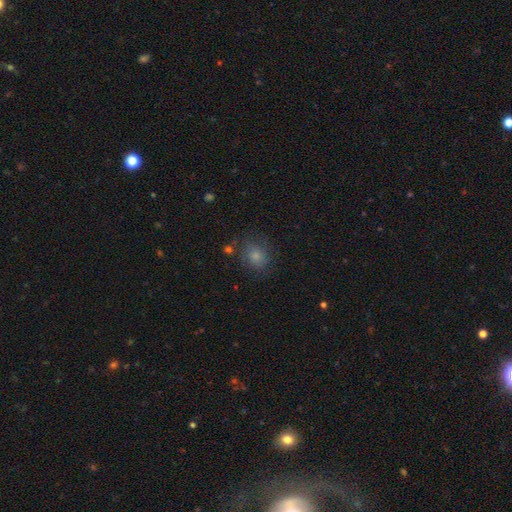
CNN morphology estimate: smooth-or-featured: smooth: 55% | star or artifact: 25% | featured or disk: 20%
  how-rounded: round: 72% | in between: 27% | cigar-shaped: 1%
  merging: none: 78% | minor disturbance: 13% | major disturbance: 6% | merger: 3%